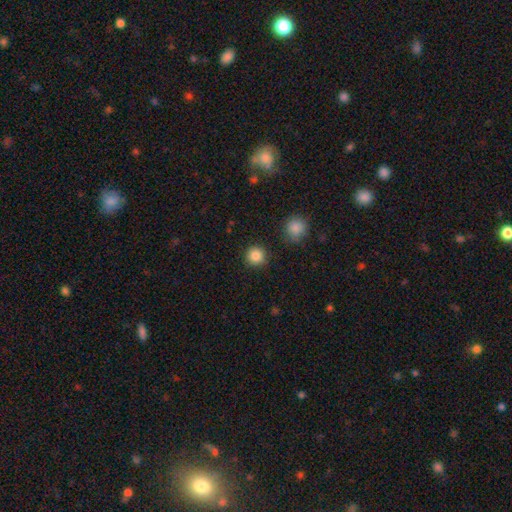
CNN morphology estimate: smooth_or_featured: smooth (p=0.85) [alt: star or artifact p=0.10]
how_rounded: round (p=0.94) [alt: in between p=0.05]
merging: none (p=0.90) [alt: minor disturbance p=0.06]